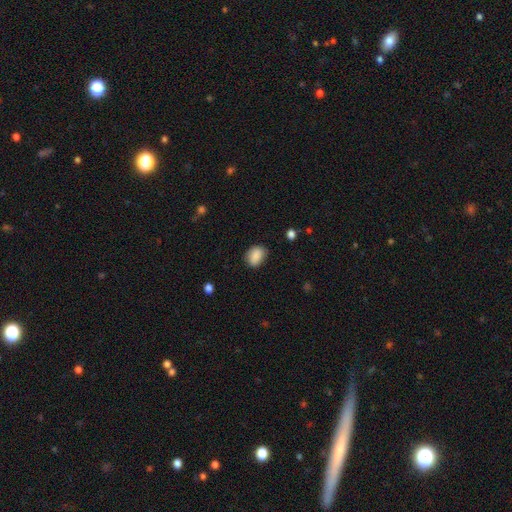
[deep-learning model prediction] This is clearly a smooth galaxy (88%). How rounded: likely in between (71%). Merging: likely none (78%).